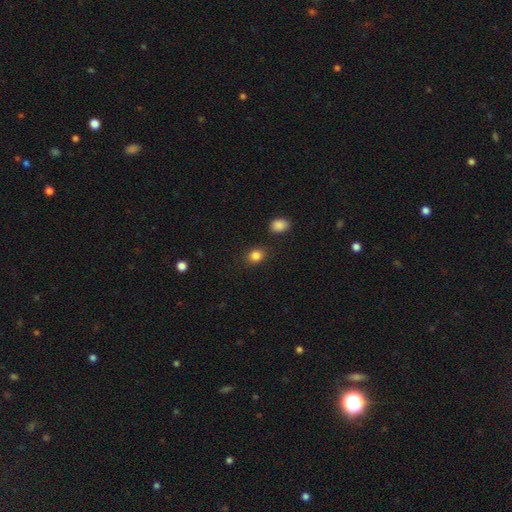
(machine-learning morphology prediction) Smooth or featured? smooth (85%)
How rounded? round (60%)
Merging? none (84%)